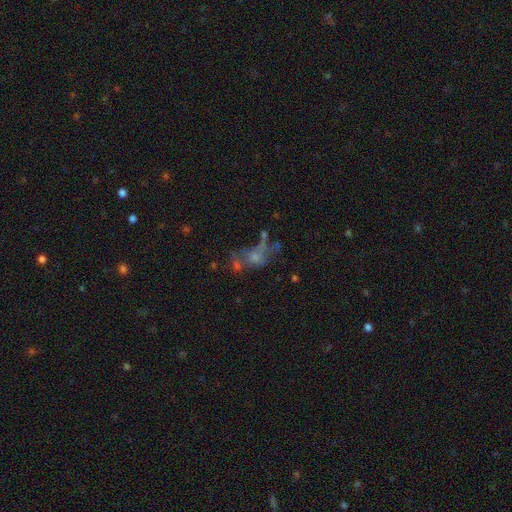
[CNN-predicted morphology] smooth-or-featured: smooth: 45% | featured or disk: 33% | star or artifact: 22%
  merging: merger: 33% | none: 28% | major disturbance: 26% | minor disturbance: 13%